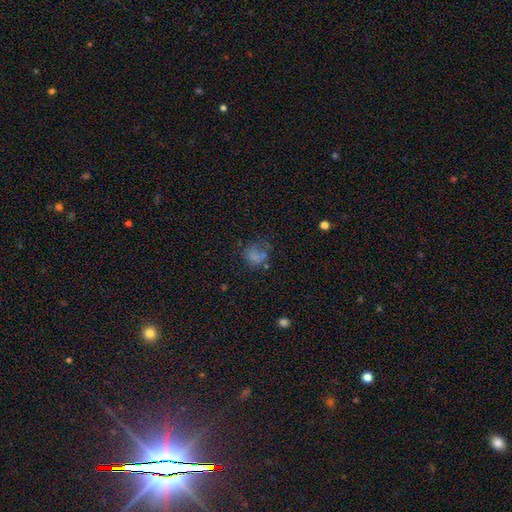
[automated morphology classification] This appears to be a smooth galaxy with no disk features (63%) that is round (65%). Merging: none (44%).